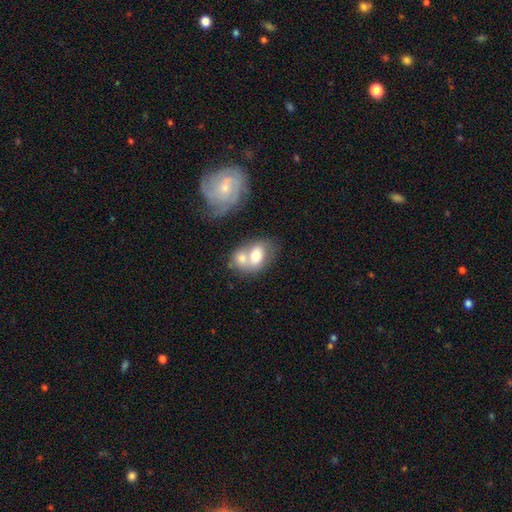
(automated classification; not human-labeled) smooth_or_featured: smooth (p=0.65) [alt: featured or disk p=0.28]
how_rounded: in between (p=0.73) [alt: round p=0.26]
merging: merger (p=0.65) [alt: none p=0.21]